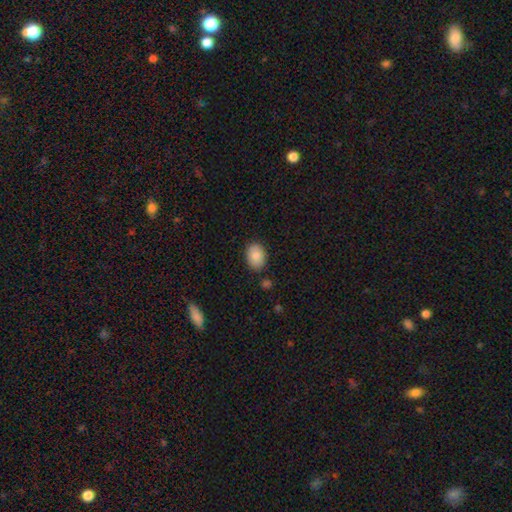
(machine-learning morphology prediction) smooth 86%, star or artifact 7%, featured or disk 7%. Down the decision tree: how rounded — in between (77%); merging — none (84%).